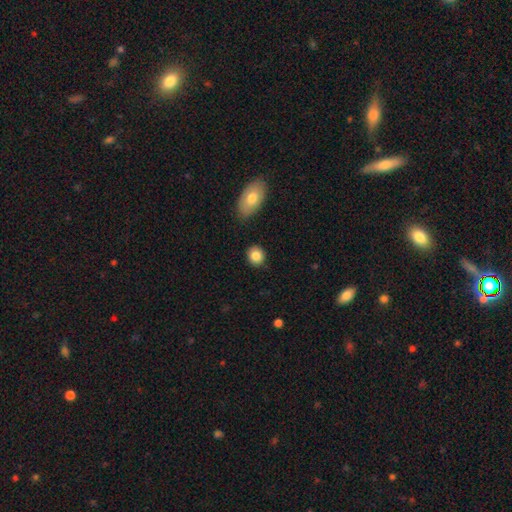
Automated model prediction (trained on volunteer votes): Q: Smooth or featured?
A: smooth (85%); runner-up: star or artifact (8%)
Q: How rounded?
A: round (76%); runner-up: in between (23%)
Q: Merging?
A: none (87%); runner-up: minor disturbance (8%)